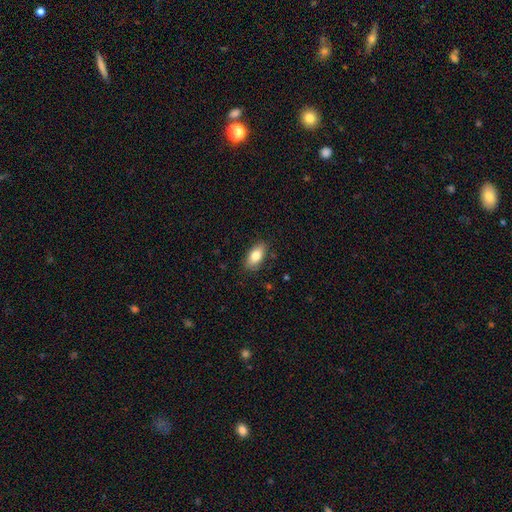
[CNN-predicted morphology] smooth 81%, featured or disk 12%, star or artifact 7%. Down the decision tree: how rounded — in between (89%); merging — none (85%).